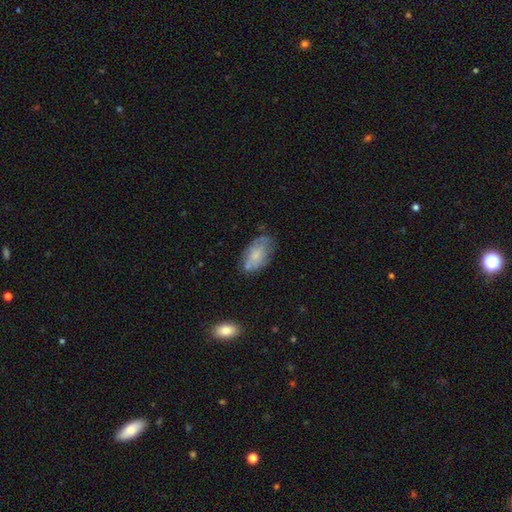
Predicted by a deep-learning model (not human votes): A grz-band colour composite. It shows a smooth galaxy with no disk features (64%) that is in between round and cigar-shaped (93%). Merging: none (59%).